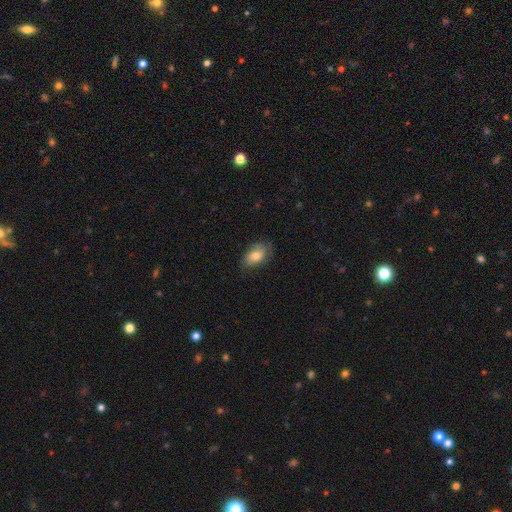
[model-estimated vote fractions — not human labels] Smooth or featured: smooth — 65% (featured or disk — 27%)
How rounded: in between — 90% (round — 8%)
Merging: none — 66% (minor disturbance — 25%)